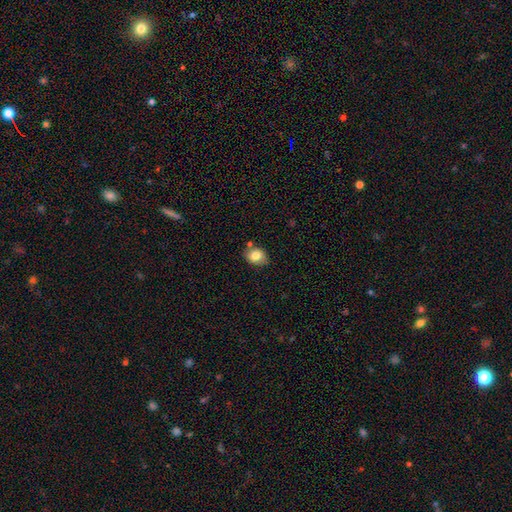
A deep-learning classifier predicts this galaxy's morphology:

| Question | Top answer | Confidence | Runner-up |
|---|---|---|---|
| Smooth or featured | smooth | 82% | featured or disk (10%) |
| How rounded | in between | 58% | round (41%) |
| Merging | none | 72% | minor disturbance (18%) |